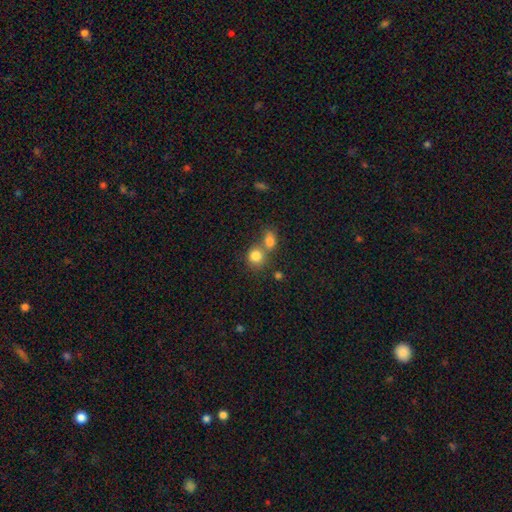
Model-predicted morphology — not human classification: The model was most divided on "merging": none: 45%, merger: 44%, minor disturbance: 8%, major disturbance: 3%. More confident: smooth or featured — smooth (81%); how rounded — round (79%).